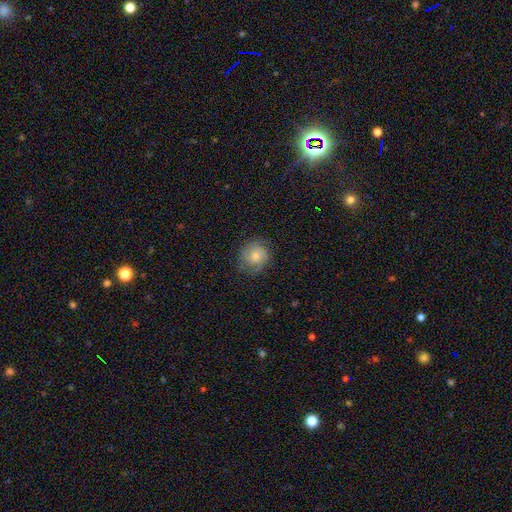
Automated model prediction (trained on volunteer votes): Smooth or featured? Predicted: smooth (p=0.49). Merging? Predicted: none (p=0.79).